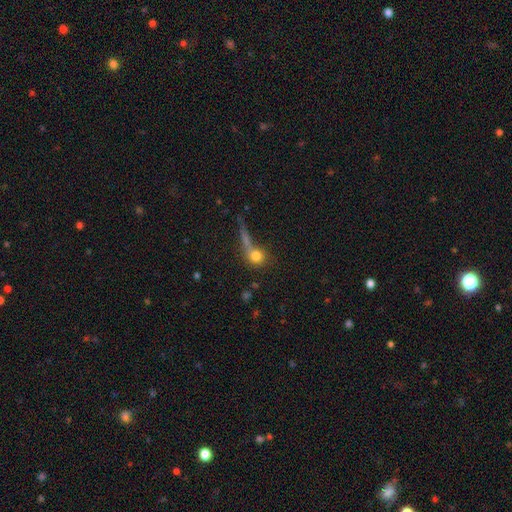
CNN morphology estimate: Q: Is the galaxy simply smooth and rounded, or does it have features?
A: smooth — 74%.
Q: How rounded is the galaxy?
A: round — 74%.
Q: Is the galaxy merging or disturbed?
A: none — 44%.